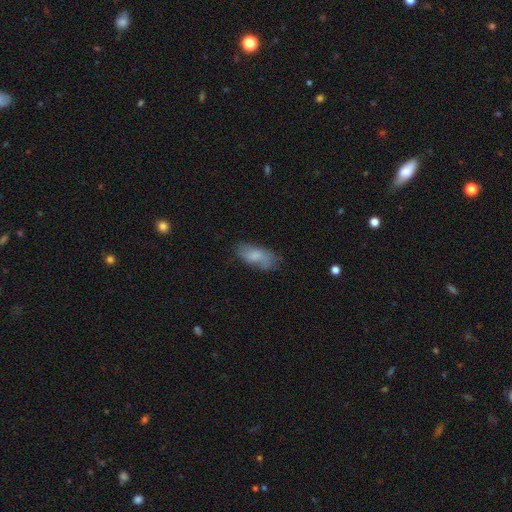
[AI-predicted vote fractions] Overall: smooth (71%). How rounded: in between (85%). Merging: none (61%; minor disturbance 28%).